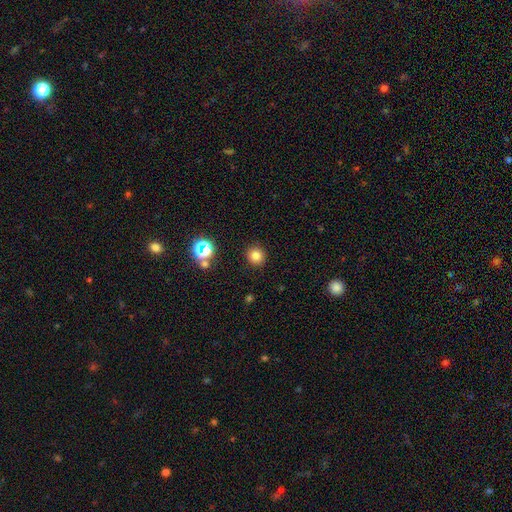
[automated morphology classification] The model was most divided on "smooth or featured": smooth: 78%, star or artifact: 16%, featured or disk: 6%. More confident: how rounded — round (92%); merging — none (90%).